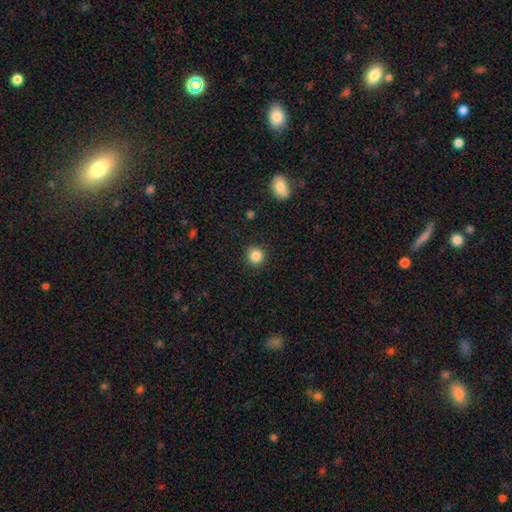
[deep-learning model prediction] Smooth or featured: smooth — 86% (star or artifact — 10%)
How rounded: round — 93% (in between — 6%)
Merging: none — 91% (minor disturbance — 6%)